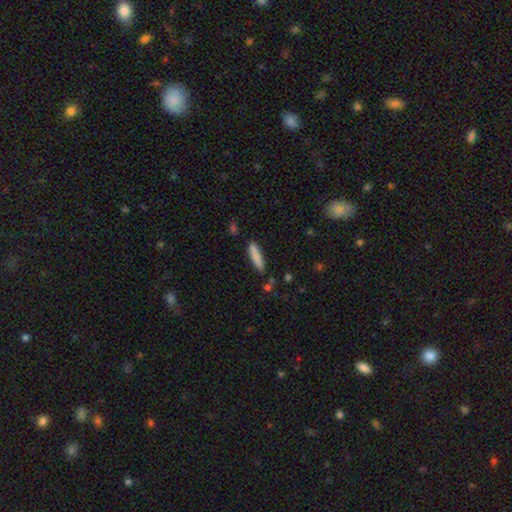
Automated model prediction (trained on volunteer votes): Q: Smooth or featured?
A: smooth (84%); runner-up: featured or disk (9%)
Q: How rounded?
A: cigar-shaped (82%); runner-up: in between (16%)
Q: Merging?
A: none (84%); runner-up: minor disturbance (11%)